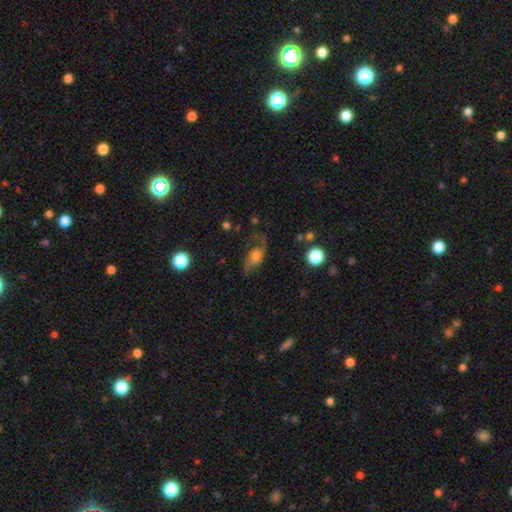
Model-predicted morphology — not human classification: The model was most divided on "bulge size": moderate: 47%, small: 24%, large: 19%, none: 7%, dominant: 3%. More confident: edge-on disk — no (95%); spiral arms — yes (87%); spiral arm count — 2 (77%); bar — no (65%); smooth or featured — featured or disk (64%); spiral winding — loose (59%); merging — none (52%).